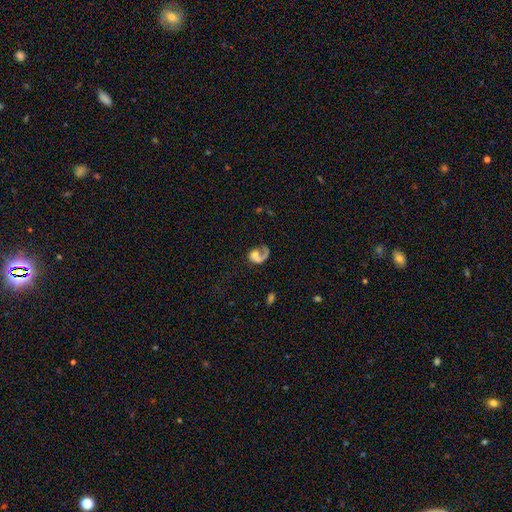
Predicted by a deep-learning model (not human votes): Smooth or featured: featured or disk — 57% (smooth — 33%)
Edge-on disk: no — 97% (yes — 3%)
Bar: no — 80% (weak — 16%)
Spiral arms: yes — 72% (no — 28%)
Bulge size: moderate — 40% (small — 23%)
Merging: major disturbance — 40% (none — 31%)